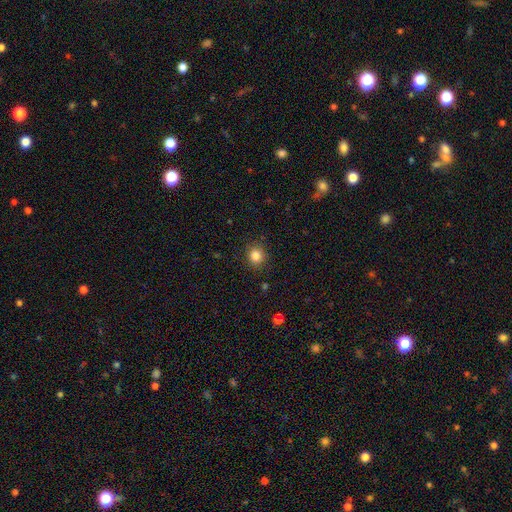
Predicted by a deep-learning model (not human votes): Smooth or featured: smooth — 84% (star or artifact — 11%)
How rounded: round — 82% (in between — 17%)
Merging: none — 88% (minor disturbance — 8%)